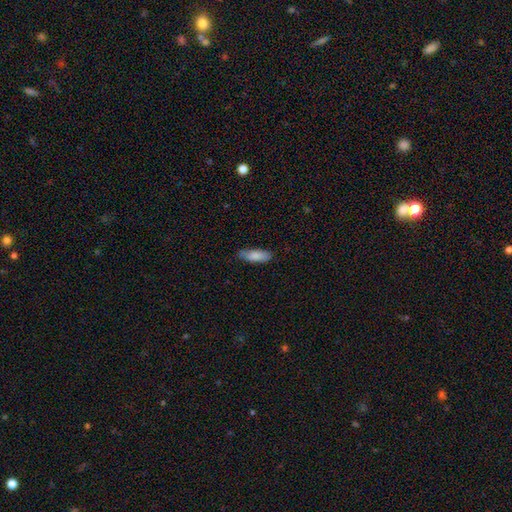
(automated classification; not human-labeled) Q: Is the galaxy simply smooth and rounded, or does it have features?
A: smooth — 85%.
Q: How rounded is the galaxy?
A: in between — 64%.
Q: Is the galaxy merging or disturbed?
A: none — 72%.